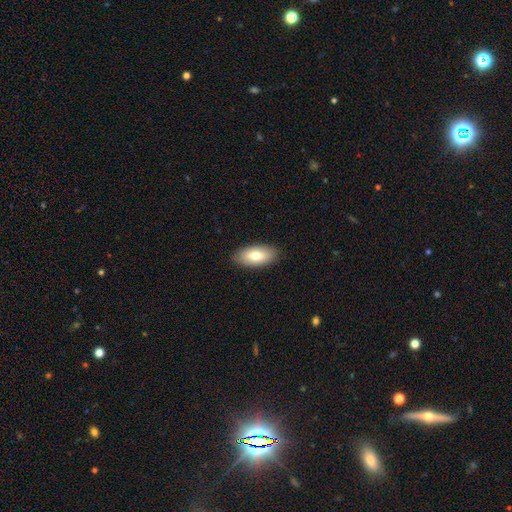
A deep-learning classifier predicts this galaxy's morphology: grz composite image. It shows a smooth galaxy with no disk features (75%) that is in between round and cigar-shaped (91%). Merging: none (88%).